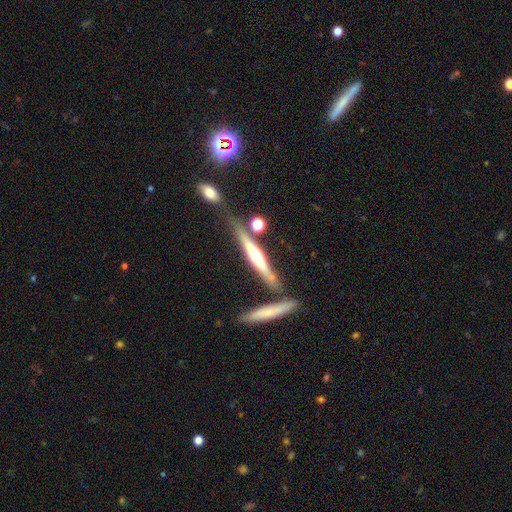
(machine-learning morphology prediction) This is likely a featured or disk galaxy (66%). It is clearly viewed edge-on (95%). Edge-on bulge: clearly rounded (83%). Merging: likely none (71%).